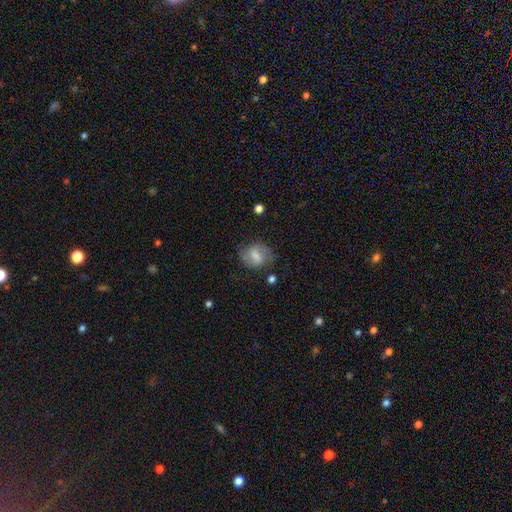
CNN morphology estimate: Smooth or featured?
  - smooth: 53% *
  - featured or disk: 39%
  - star or artifact: 8%
How rounded?
  - in between: 60% *
  - round: 38%
  - cigar-shaped: 3%
Merging?
  - none: 69% *
  - minor disturbance: 20%
  - major disturbance: 9%
  - merger: 2%